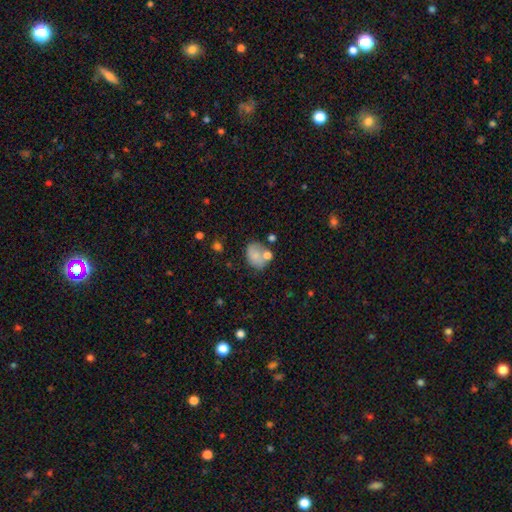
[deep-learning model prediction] This is likely a smooth galaxy (73%). How rounded: likely in between (67%). Merging: possibly none (48%).